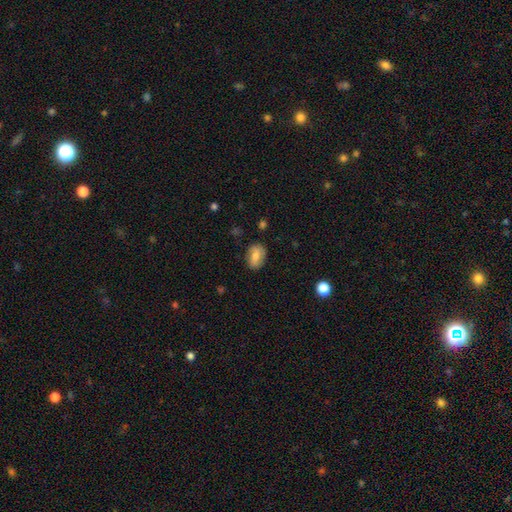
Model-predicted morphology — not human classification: Smooth or featured? smooth (74%)
How rounded? in between (82%)
Merging? none (76%)